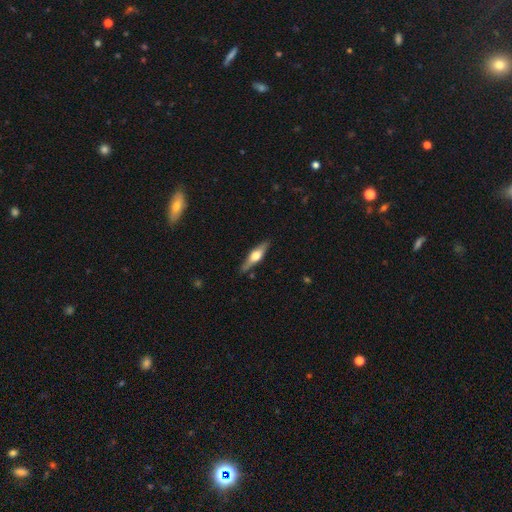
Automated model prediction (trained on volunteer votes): The model was most divided on "smooth or featured": featured or disk: 60%, smooth: 34%, star or artifact: 6%. More confident: edge-on disk — yes (94%); edge-on bulge — rounded (93%); merging — none (85%).